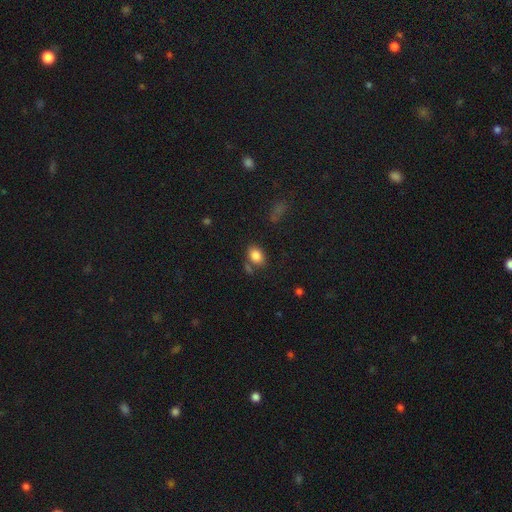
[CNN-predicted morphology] A smooth galaxy with no disk features (84%) that is in between round and cigar-shaped (77%). Merging: none (68%).